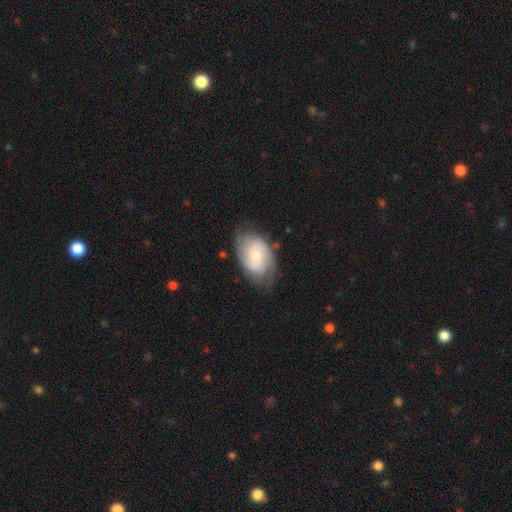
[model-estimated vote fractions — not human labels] Q: Smooth or featured?
A: featured or disk (69%); runner-up: smooth (26%)
Q: Edge-on disk?
A: no (96%); runner-up: yes (4%)
Q: Bar?
A: no (61%); runner-up: weak (33%)
Q: Spiral arms?
A: yes (89%); runner-up: no (11%)
Q: Spiral winding?
A: tight (47%); runner-up: medium (39%)
Q: Spiral arm count?
A: 2 (59%); runner-up: can't tell (24%)
Q: Bulge size?
A: moderate (49%); runner-up: small (46%)
Q: Merging?
A: none (70%); runner-up: minor disturbance (21%)